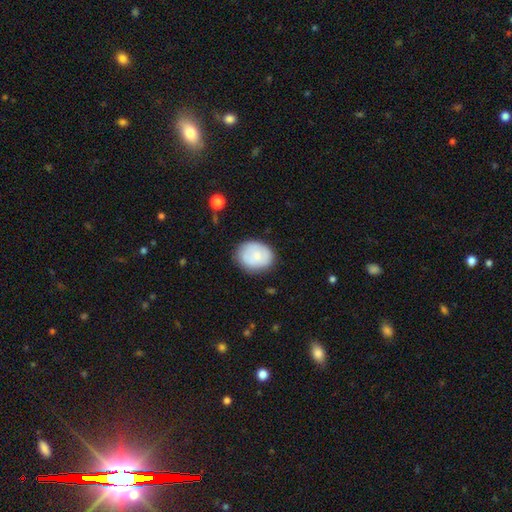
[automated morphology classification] Smooth or featured? smooth (75%)
How rounded? round (50%)
Merging? none (77%)